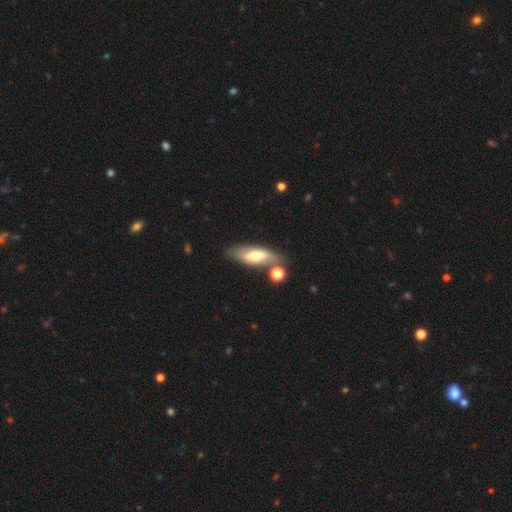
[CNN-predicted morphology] Smooth or featured?
  - smooth: 55% *
  - featured or disk: 39%
  - star or artifact: 7%
How rounded?
  - in between: 72% *
  - cigar-shaped: 26%
  - round: 3%
Merging?
  - none: 63% *
  - minor disturbance: 17%
  - merger: 15%
  - major disturbance: 6%